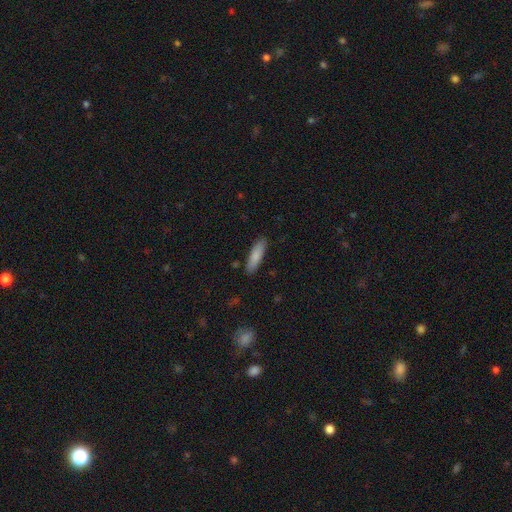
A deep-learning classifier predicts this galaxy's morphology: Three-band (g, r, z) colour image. It shows a smooth galaxy with no disk features (84%) that is cigar-shaped (64%). Merging: none (87%).